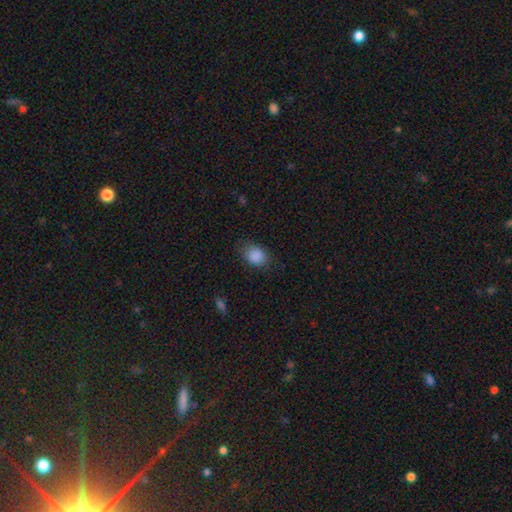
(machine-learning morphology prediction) Smooth or featured: smooth — 88% (star or artifact — 8%)
How rounded: in between — 59% (round — 40%)
Merging: none — 76% (minor disturbance — 17%)